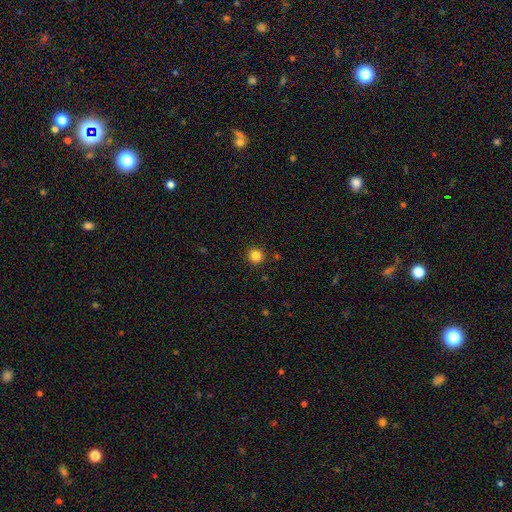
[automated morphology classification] Smooth or featured?
  - smooth: 84% *
  - star or artifact: 12%
  - featured or disk: 4%
How rounded?
  - round: 92% *
  - in between: 7%
  - cigar-shaped: 1%
Merging?
  - none: 91% *
  - minor disturbance: 6%
  - major disturbance: 2%
  - merger: 2%